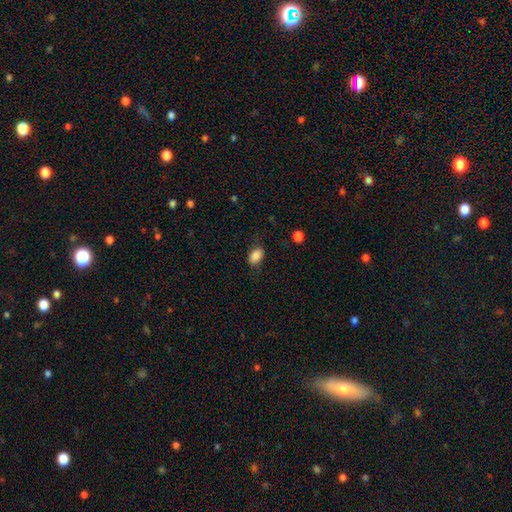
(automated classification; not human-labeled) Smooth or featured? Predicted: smooth (p=0.86). How rounded? Predicted: in between (p=0.87). Merging? Predicted: none (p=0.79).